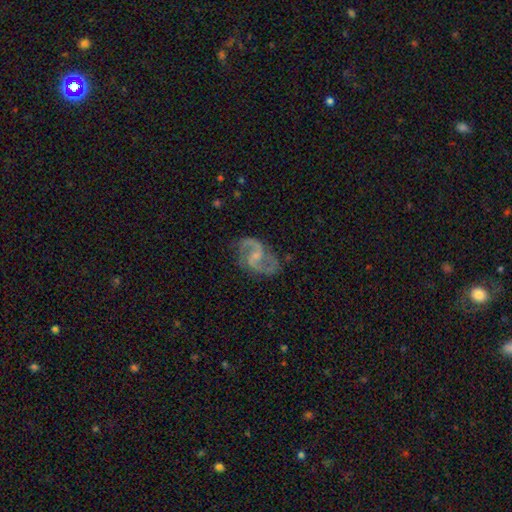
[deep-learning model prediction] A featured or disk galaxy (90%) with a weak bar (52%), 2 (93%) medium (54%) spiral arms (97%) and a small central bulge (60%).

Vote fractions:
- Smooth or featured? featured or disk: 90% / smooth: 5% / star or artifact: 5%
- Edge-on disk? no: 98% / yes: 2%
- Bar? weak: 52% / no: 34% / strong: 14%
- Spiral arms? yes: 97% / no: 3%
- Spiral winding? medium: 54% / loose: 36% / tight: 11%
- Spiral arm count? 2: 93% / can't tell: 2% / 3: 1% / 1: 1% / 4: 1% / more than 4: 1%
- Bulge size? small: 60% / moderate: 23% / none: 15% / large: 1% / dominant: 1%
- Merging? none: 75% / minor disturbance: 17% / major disturbance: 7% / merger: 2%